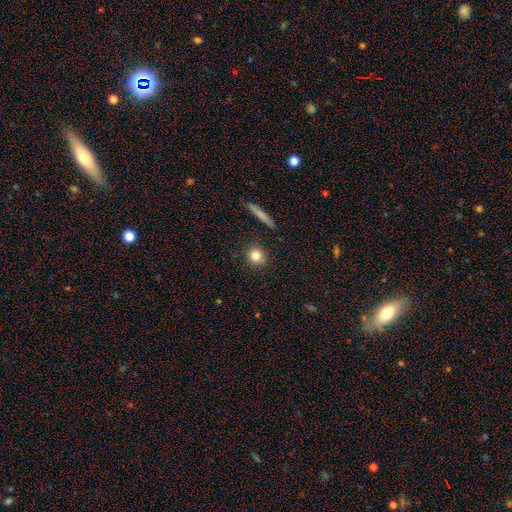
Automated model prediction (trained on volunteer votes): The model was most divided on "smooth or featured": smooth: 80%, star or artifact: 10%, featured or disk: 10%. More confident: merging — none (88%); how rounded — round (86%).